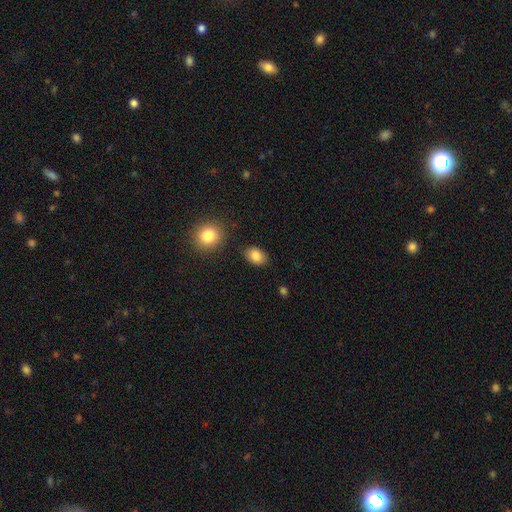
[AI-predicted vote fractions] Smooth or featured: smooth — 85% (star or artifact — 8%)
How rounded: in between — 79% (round — 20%)
Merging: none — 86% (minor disturbance — 9%)